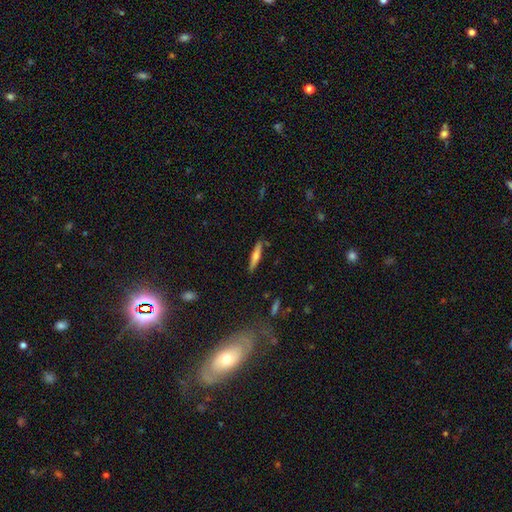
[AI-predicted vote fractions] smooth-or-featured: smooth: 52% | featured or disk: 41% | star or artifact: 7%
  how-rounded: cigar-shaped: 87% | in between: 11% | round: 2%
  merging: none: 87% | minor disturbance: 9% | major disturbance: 2% | merger: 2%